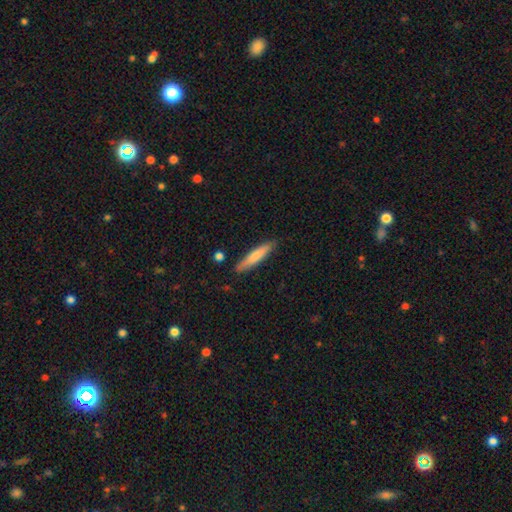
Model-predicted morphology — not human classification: The model was most divided on "smooth or featured": smooth: 73%, featured or disk: 21%, star or artifact: 5%. More confident: how rounded — cigar-shaped (89%); merging — none (84%).